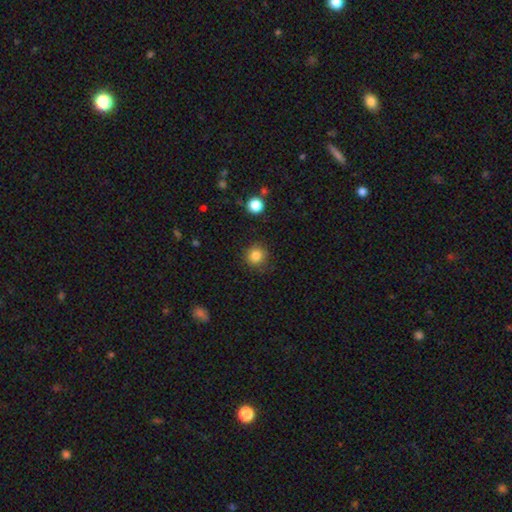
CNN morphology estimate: Overall: smooth (84%). How rounded: round (93%). Merging: none (88%).